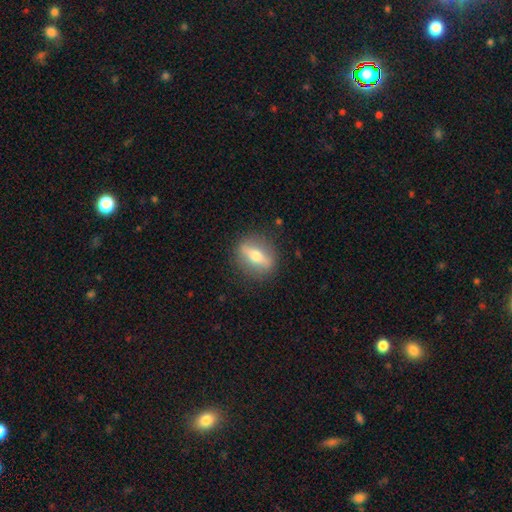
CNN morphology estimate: Smooth or featured: featured or disk — 57% (smooth — 36%)
Edge-on disk: yes — 64% (no — 36%)
Merging: none — 85% (minor disturbance — 10%)